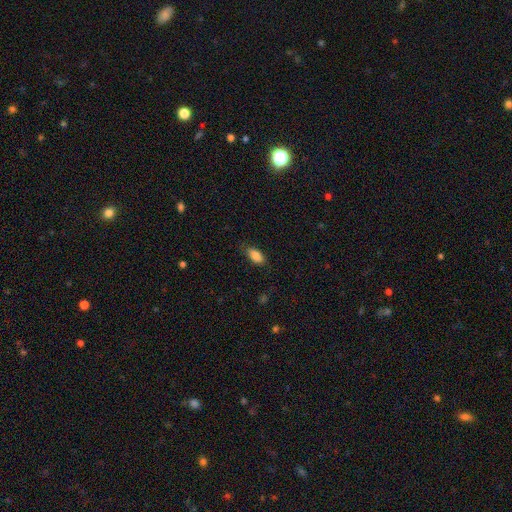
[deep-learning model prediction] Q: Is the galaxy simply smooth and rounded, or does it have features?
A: smooth — 85%.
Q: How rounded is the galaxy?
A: in between — 89%.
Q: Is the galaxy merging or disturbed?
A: none — 77%.